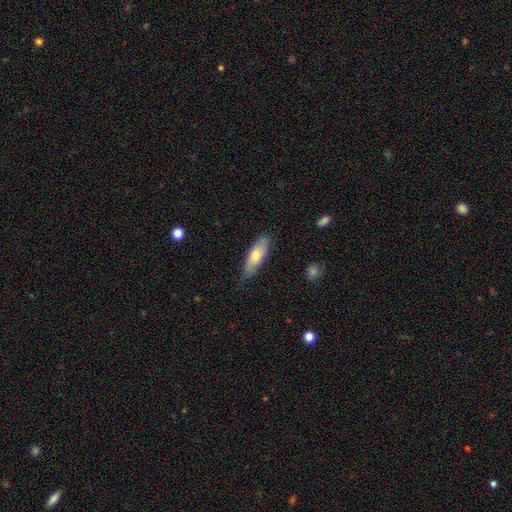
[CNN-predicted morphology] smooth 66%, featured or disk 28%, star or artifact 6%. Down the decision tree: how rounded — in between (58%); merging — none (76%).